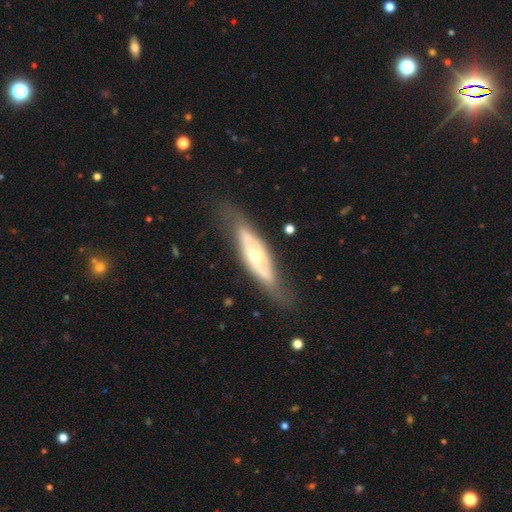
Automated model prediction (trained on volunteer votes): Q: Smooth or featured?
A: featured or disk (68%); runner-up: smooth (26%)
Q: Edge-on disk?
A: no (70%); runner-up: yes (30%)
Q: Merging?
A: none (65%); runner-up: minor disturbance (21%)